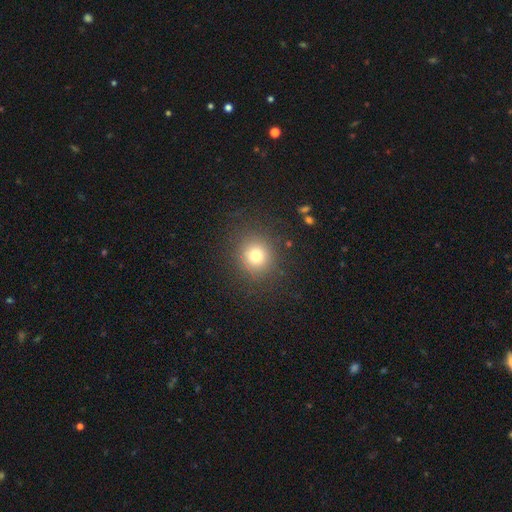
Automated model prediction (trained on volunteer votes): Smooth or featured?
  - smooth: 76% *
  - star or artifact: 15%
  - featured or disk: 9%
How rounded?
  - round: 88% *
  - in between: 11%
  - cigar-shaped: 1%
Merging?
  - none: 86% *
  - minor disturbance: 8%
  - major disturbance: 4%
  - merger: 1%